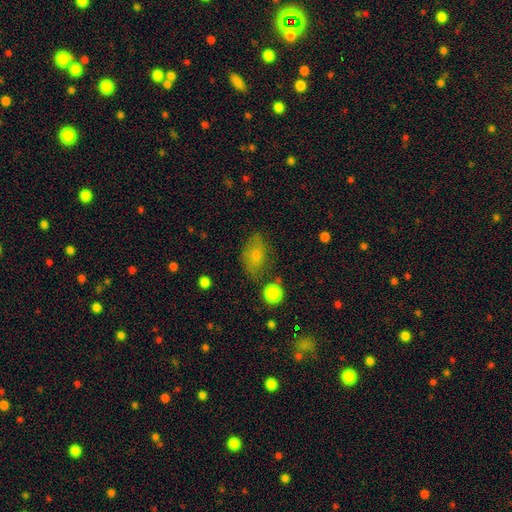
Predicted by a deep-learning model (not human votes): smooth_or_featured: smooth (p=0.72) [alt: featured or disk p=0.17]
how_rounded: in between (p=0.84) [alt: round p=0.13]
merging: none (p=0.62) [alt: minor disturbance p=0.24]